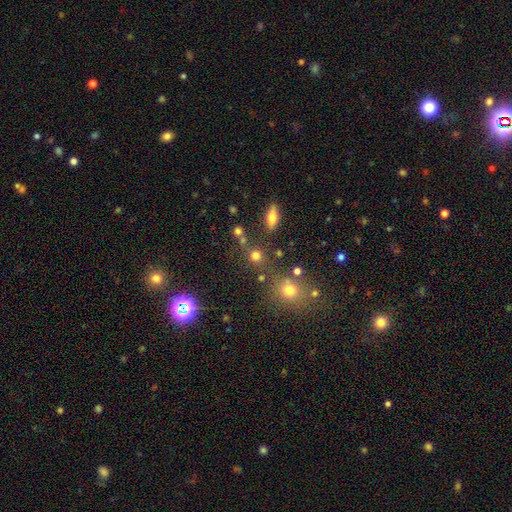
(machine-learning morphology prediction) smooth-or-featured: smooth: 72% | star or artifact: 19% | featured or disk: 9%
  how-rounded: round: 85% | in between: 13% | cigar-shaped: 2%
  merging: none: 68% | merger: 16% | minor disturbance: 10% | major disturbance: 5%